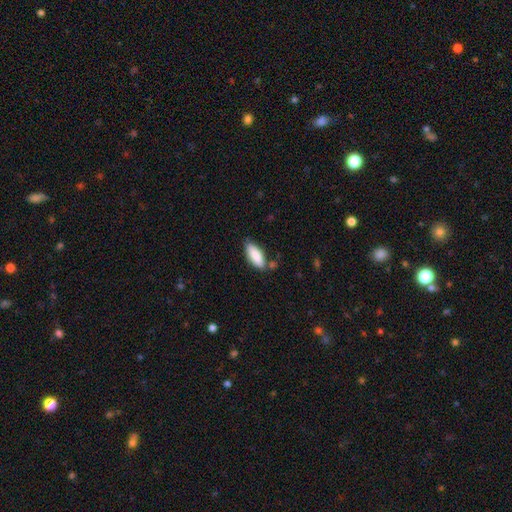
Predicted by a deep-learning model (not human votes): The model was most divided on "how rounded": in between: 75%, cigar-shaped: 23%, round: 2%. More confident: smooth or featured — smooth (87%); merging — none (72%).